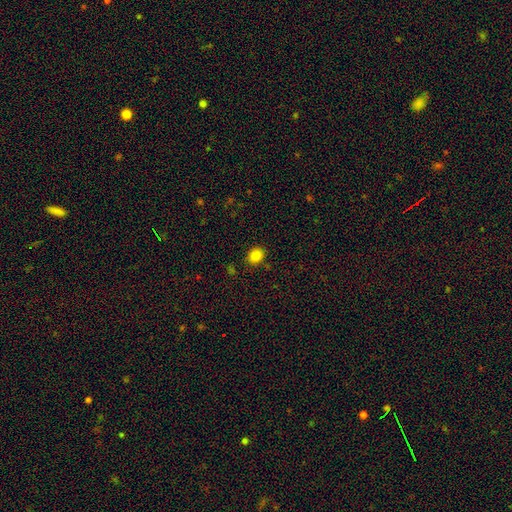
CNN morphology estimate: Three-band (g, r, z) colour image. It shows a smooth galaxy with no disk features (84%) that is round (57%). Merging: none (86%).